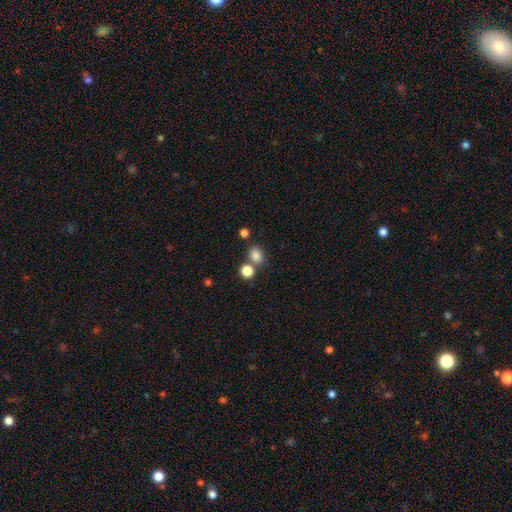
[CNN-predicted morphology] type=smooth (82%); roundness=round (61%); merging=none (67%).